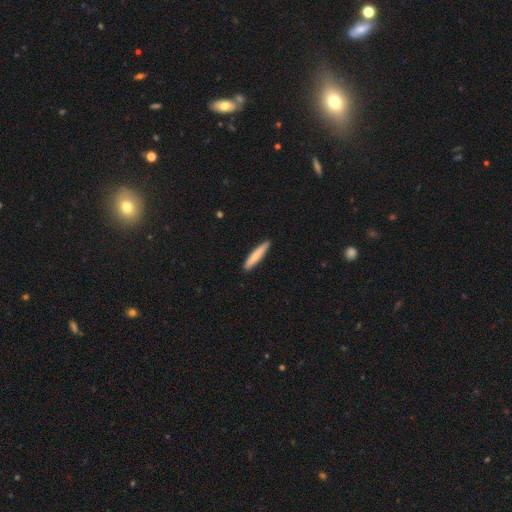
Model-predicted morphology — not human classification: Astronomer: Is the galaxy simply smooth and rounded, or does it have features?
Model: smooth — 77%.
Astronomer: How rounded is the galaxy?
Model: cigar-shaped — 92%.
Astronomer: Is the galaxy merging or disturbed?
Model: none — 91%.